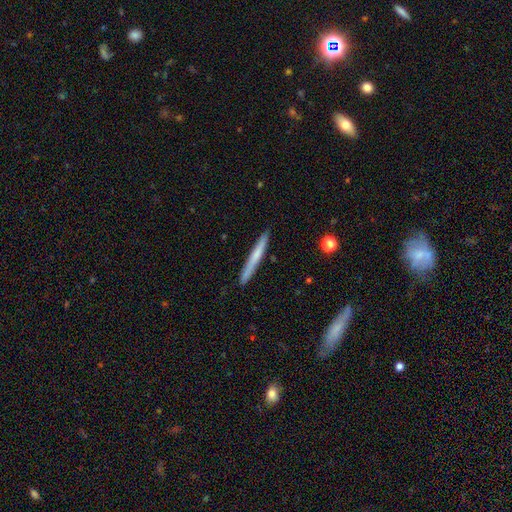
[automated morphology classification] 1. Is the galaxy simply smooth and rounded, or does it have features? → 60% smooth, 34% featured or disk, 6% star or artifact.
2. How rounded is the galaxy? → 97% cigar-shaped, 2% in between, 1% round.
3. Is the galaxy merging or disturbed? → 90% none, 7% minor disturbance, 1% major disturbance, 1% merger.